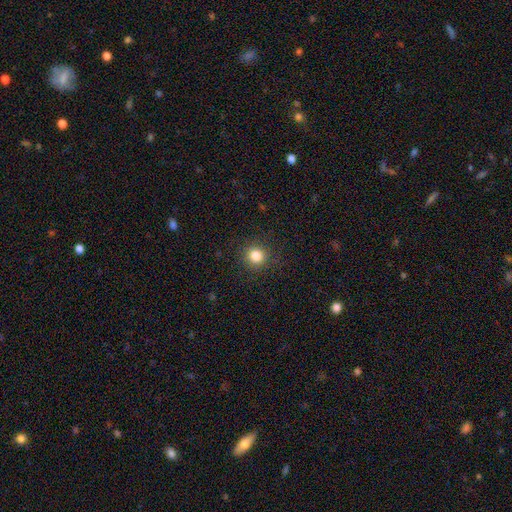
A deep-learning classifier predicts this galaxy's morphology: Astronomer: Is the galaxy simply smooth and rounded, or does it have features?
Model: smooth — 83%.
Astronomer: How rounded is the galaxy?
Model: round — 93%.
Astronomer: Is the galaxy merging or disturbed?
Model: none — 91%.